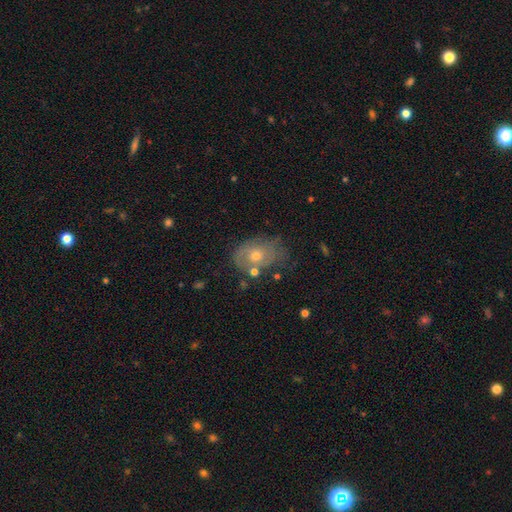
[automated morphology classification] smooth-or-featured: featured or disk: 47% | smooth: 41% | star or artifact: 12%
  merging: none: 53% | minor disturbance: 27% | major disturbance: 14% | merger: 6%